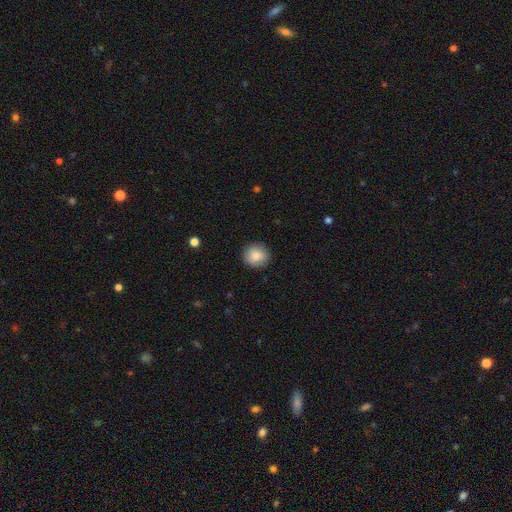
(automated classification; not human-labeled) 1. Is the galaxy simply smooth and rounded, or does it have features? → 84% smooth, 8% featured or disk, 8% star or artifact.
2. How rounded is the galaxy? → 90% round, 9% in between, 1% cigar-shaped.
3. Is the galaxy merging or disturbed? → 90% none, 8% minor disturbance, 2% major disturbance, 1% merger.